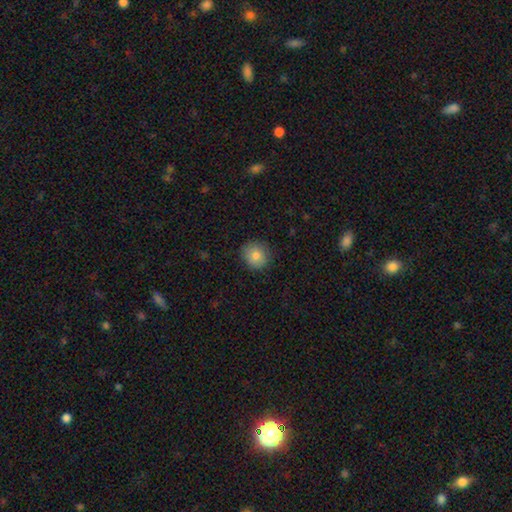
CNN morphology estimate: Smooth or featured? smooth (83%)
How rounded? round (87%)
Merging? none (86%)